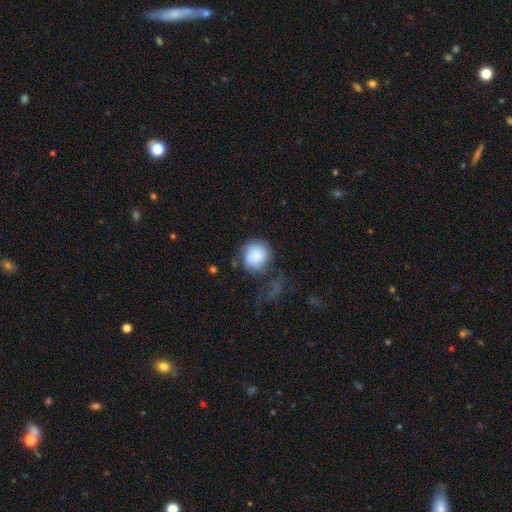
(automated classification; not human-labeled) This appears to be a smooth galaxy with no disk features (73%) that is round (84%). Merging: major disturbance (37%).